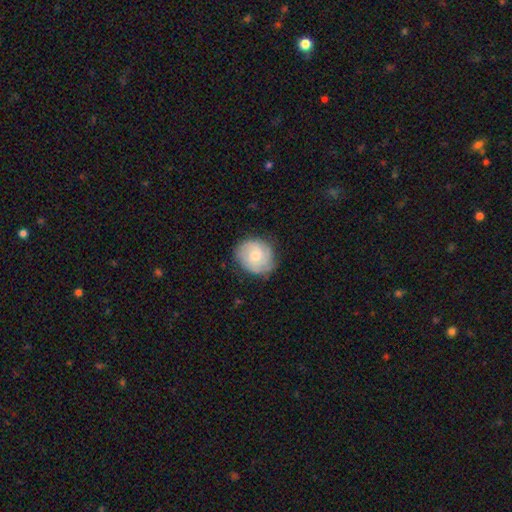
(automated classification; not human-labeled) The model was most divided on "bulge size": moderate: 51%, small: 43%, large: 3%, none: 2%, dominant: 1%. More confident: edge-on disk — no (98%); spiral arms — yes (88%); merging — none (78%); bar — no (74%); smooth or featured — featured or disk (56%).